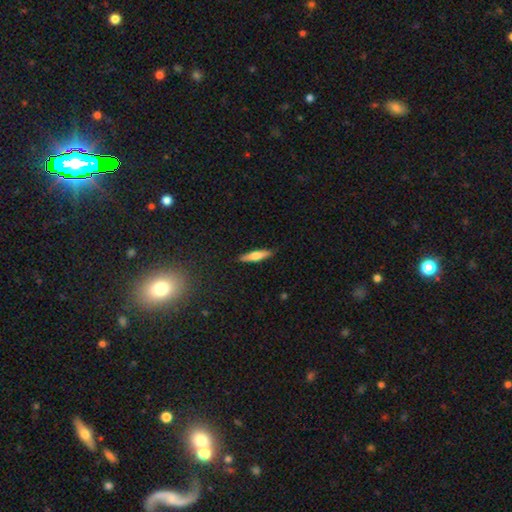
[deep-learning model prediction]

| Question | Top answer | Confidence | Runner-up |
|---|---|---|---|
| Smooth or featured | smooth | 58% | featured or disk (36%) |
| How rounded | cigar-shaped | 79% | in between (20%) |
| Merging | none | 90% | minor disturbance (8%) |